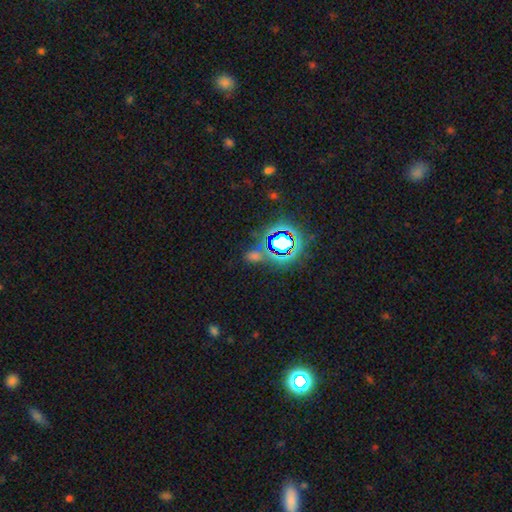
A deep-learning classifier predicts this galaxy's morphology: Smooth or featured?
  - star or artifact: 63% *
  - smooth: 28%
  - featured or disk: 9%